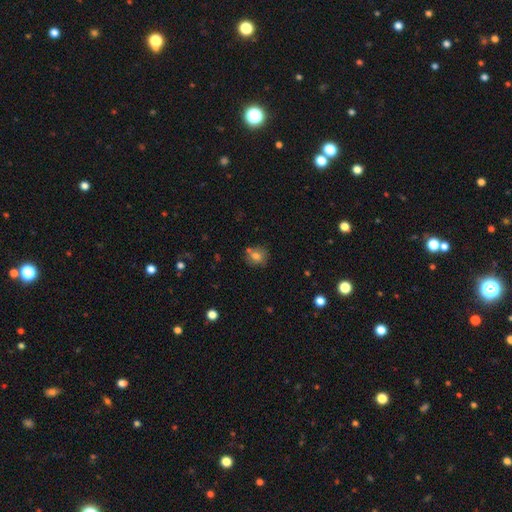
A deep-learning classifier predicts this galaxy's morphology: smooth-or-featured: smooth: 75% | featured or disk: 13% | star or artifact: 12%
  how-rounded: round: 73% | in between: 26% | cigar-shaped: 1%
  merging: none: 68% | minor disturbance: 17% | merger: 11% | major disturbance: 5%